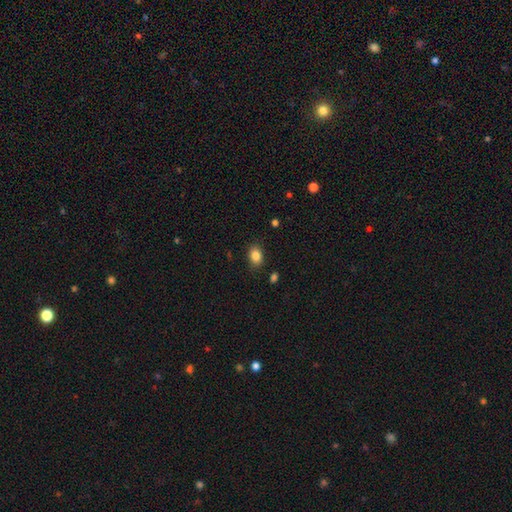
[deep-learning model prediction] Smooth or featured? Predicted: smooth (p=0.85). How rounded? Predicted: in between (p=0.75). Merging? Predicted: none (p=0.85).